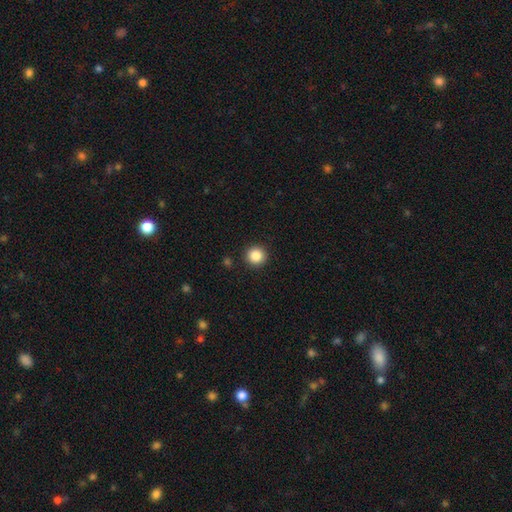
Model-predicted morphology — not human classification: Smooth or featured: smooth — 86% (star or artifact — 10%)
How rounded: round — 95% (in between — 4%)
Merging: none — 92% (minor disturbance — 5%)